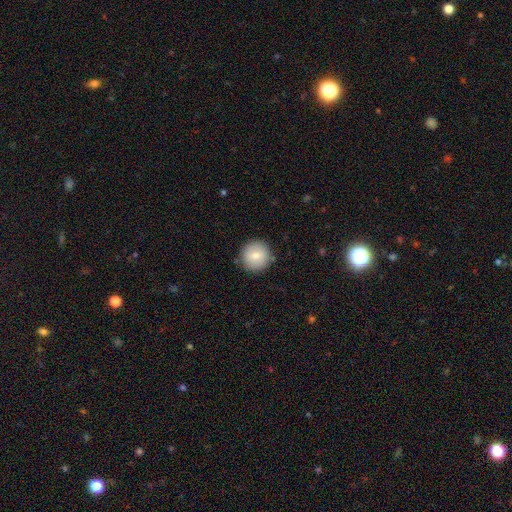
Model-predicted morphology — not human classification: Smooth or featured? smooth (80%)
How rounded? round (96%)
Merging? none (88%)